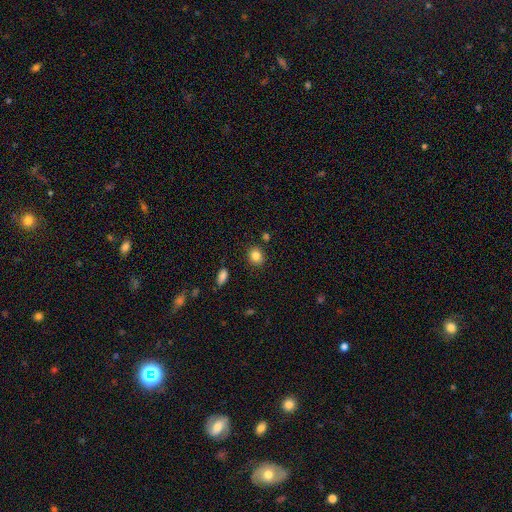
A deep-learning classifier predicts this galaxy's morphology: A smooth galaxy with no disk features (84%) that is round (68%).

Vote fractions:
- Smooth or featured? smooth: 84% / star or artifact: 10% / featured or disk: 5%
- How rounded? round: 68% / in between: 31% / cigar-shaped: 1%
- Merging? none: 85% / minor disturbance: 10% / merger: 3% / major disturbance: 3%